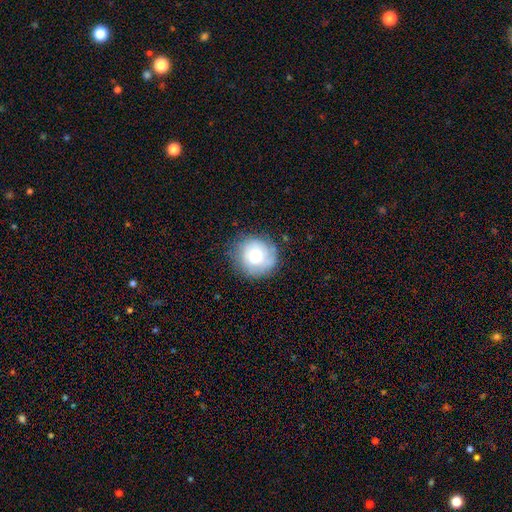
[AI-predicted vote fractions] Q: Smooth or featured?
A: smooth (64%); runner-up: featured or disk (27%)
Q: How rounded?
A: round (89%); runner-up: in between (10%)
Q: Merging?
A: none (75%); runner-up: minor disturbance (18%)